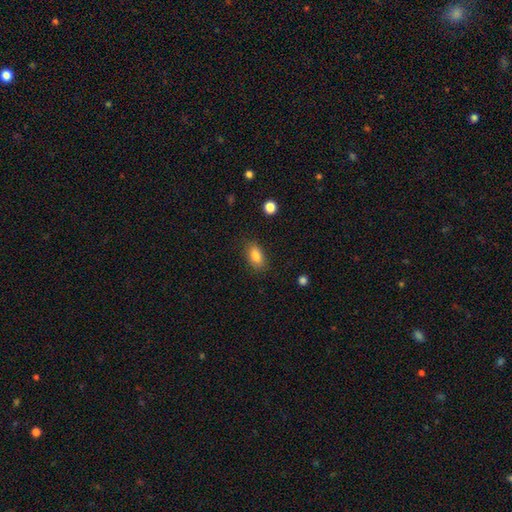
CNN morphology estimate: This is clearly a smooth galaxy (83%). How rounded: clearly in between (88%). Merging: clearly none (84%).